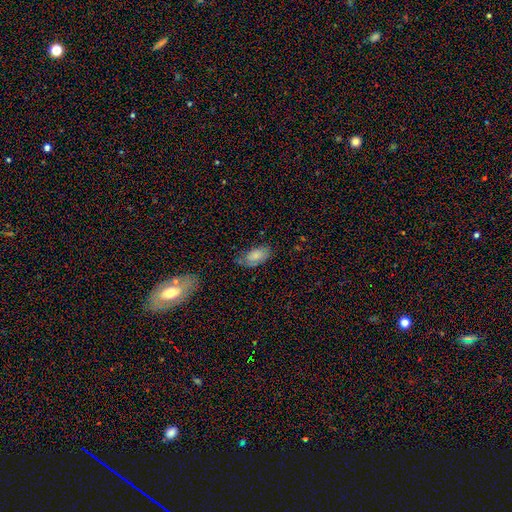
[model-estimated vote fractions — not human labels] Smooth or featured? smooth (78%)
How rounded? in between (93%)
Merging? none (63%)